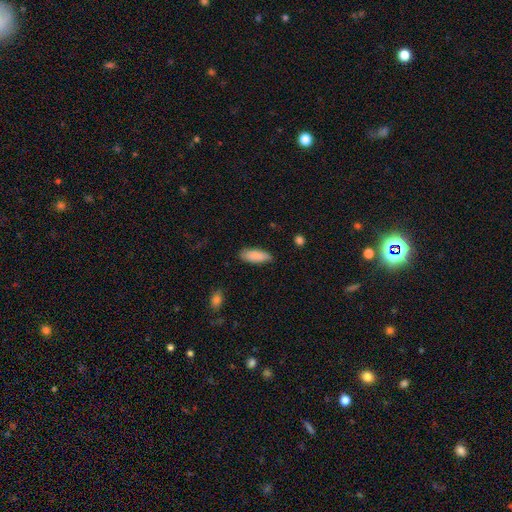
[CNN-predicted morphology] smooth 87%, featured or disk 6%, star or artifact 6%. Down the decision tree: how rounded — in between (75%); merging — none (76%).